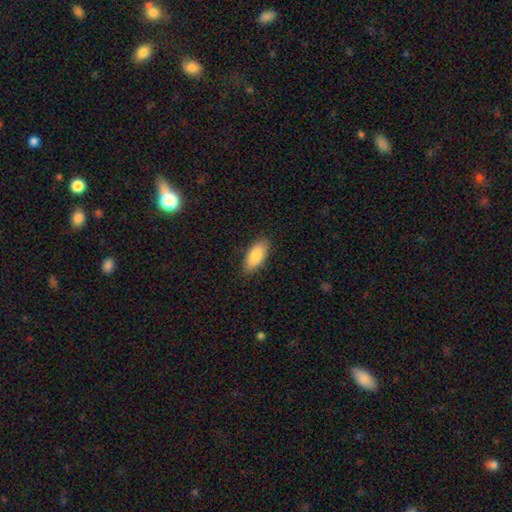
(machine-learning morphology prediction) smooth_or_featured: smooth (p=0.86) [alt: featured or disk p=0.08]
how_rounded: in between (p=0.88) [alt: cigar-shaped p=0.10]
merging: none (p=0.86) [alt: minor disturbance p=0.11]